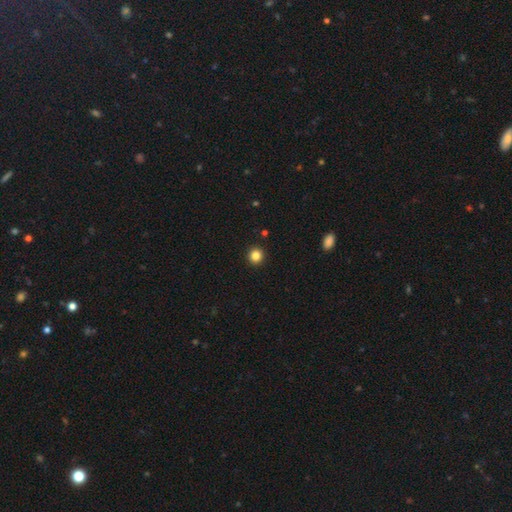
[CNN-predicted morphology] type=smooth (84%); roundness=round (94%); merging=none (93%).